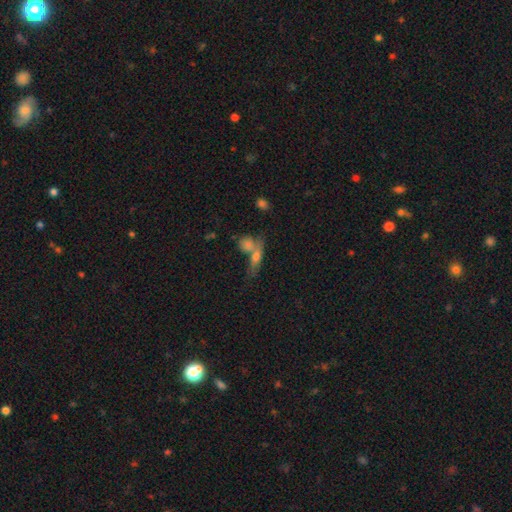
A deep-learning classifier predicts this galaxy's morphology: The model was most divided on "merging": merger: 43%, none: 39%, minor disturbance: 11%, major disturbance: 7%. Remaining: smooth or featured — smooth (55%); how rounded — in between (45%).